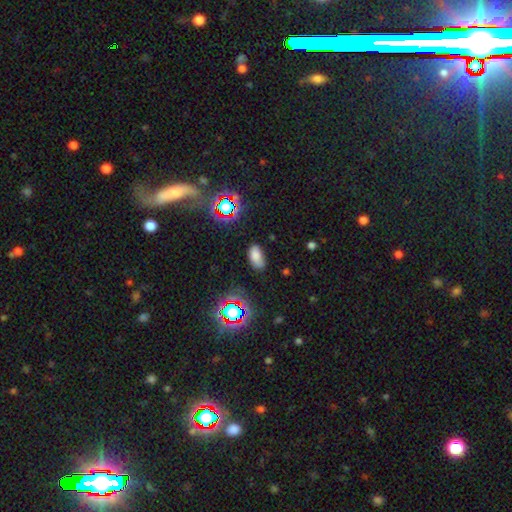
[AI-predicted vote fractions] smooth_or_featured: smooth (p=0.74) [alt: star or artifact p=0.18]
how_rounded: in between (p=0.92) [alt: round p=0.05]
merging: none (p=0.77) [alt: minor disturbance p=0.17]